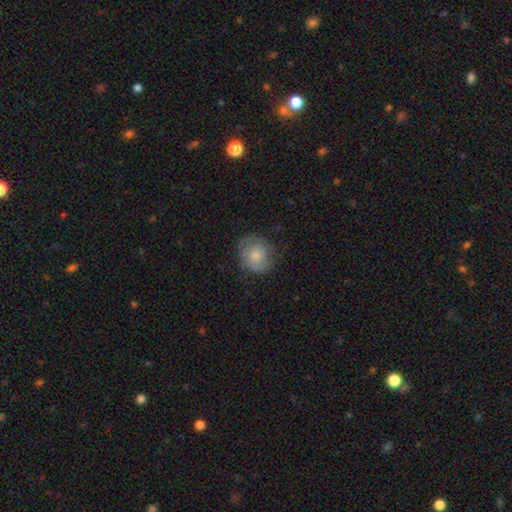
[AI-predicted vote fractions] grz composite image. It shows a smooth galaxy with no disk features (69%) that is round (84%). Merging: none (68%).